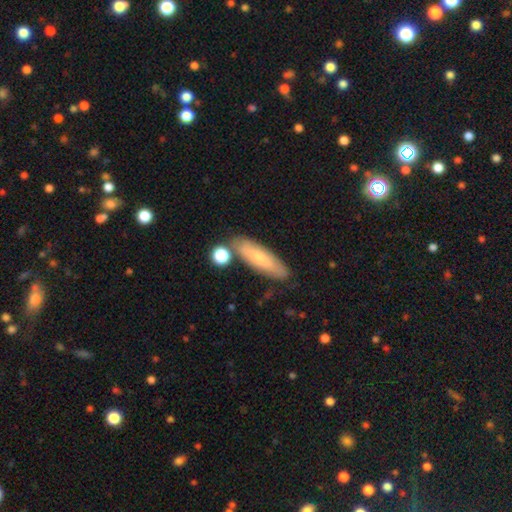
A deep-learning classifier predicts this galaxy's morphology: This is possibly a smooth galaxy (59%). How rounded: possibly cigar-shaped (58%). Merging: likely none (78%).